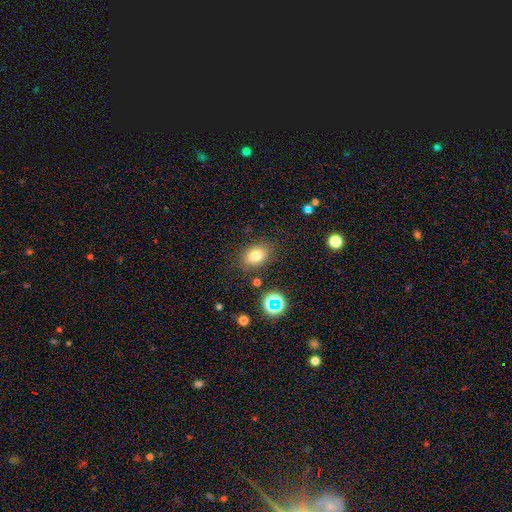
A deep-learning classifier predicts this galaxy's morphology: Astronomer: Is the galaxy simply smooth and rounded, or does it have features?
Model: smooth — 78%.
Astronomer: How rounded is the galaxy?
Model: in between — 77%.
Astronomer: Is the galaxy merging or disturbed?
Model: none — 80%.